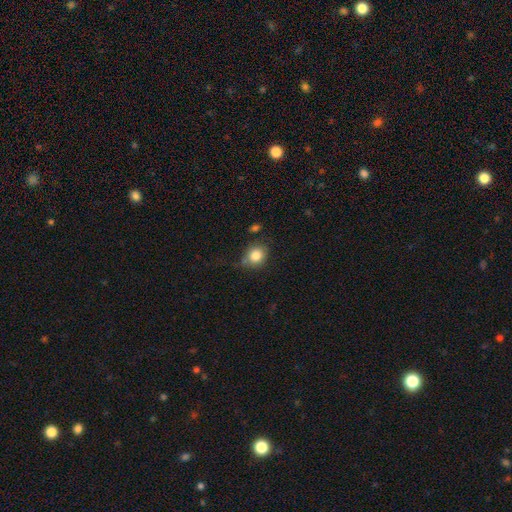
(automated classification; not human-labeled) smooth_or_featured: smooth (p=0.83) [alt: star or artifact p=0.10]
how_rounded: round (p=0.74) [alt: in between p=0.25]
merging: none (p=0.71) [alt: minor disturbance p=0.18]